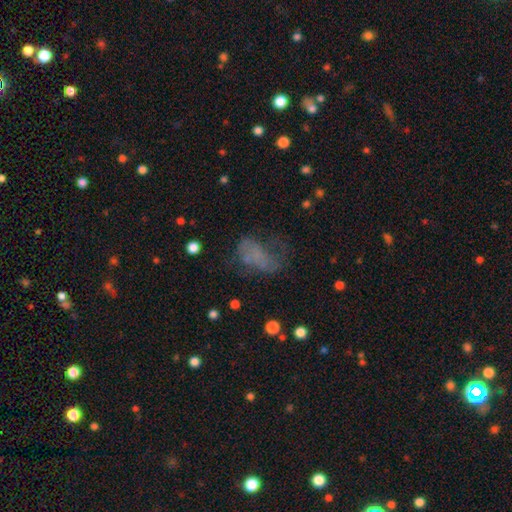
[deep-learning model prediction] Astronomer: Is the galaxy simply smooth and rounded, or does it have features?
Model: smooth — 50% (runner-up: featured or disk, 30%).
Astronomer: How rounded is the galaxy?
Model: in between — 86%.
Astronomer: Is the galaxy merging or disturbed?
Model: major disturbance — 38% (runner-up: none, 34%).